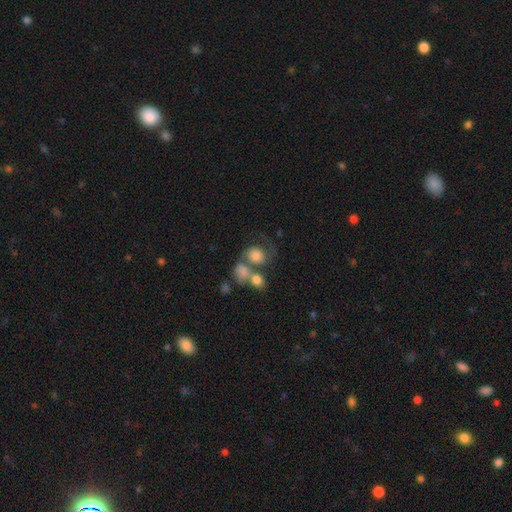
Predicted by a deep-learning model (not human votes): Morphology: type=smooth (66%); roundness=round (63%); merging=merger (46%).